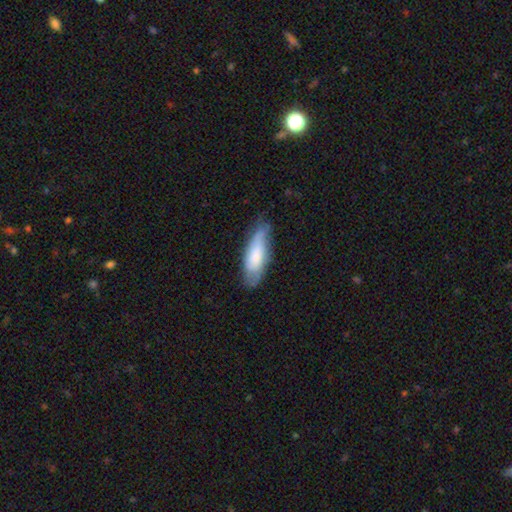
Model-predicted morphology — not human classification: Smooth or featured? Predicted: smooth (p=0.62). How rounded? Predicted: in between (p=0.61). Merging? Predicted: none (p=0.62).